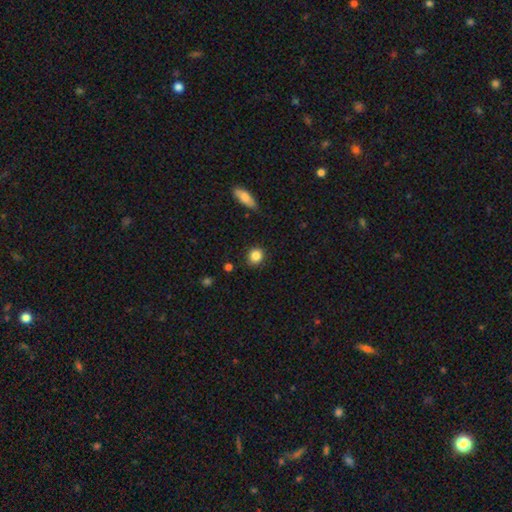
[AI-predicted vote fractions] Smooth or featured: smooth — 85% (star or artifact — 9%)
How rounded: round — 84% (in between — 15%)
Merging: none — 86% (minor disturbance — 10%)